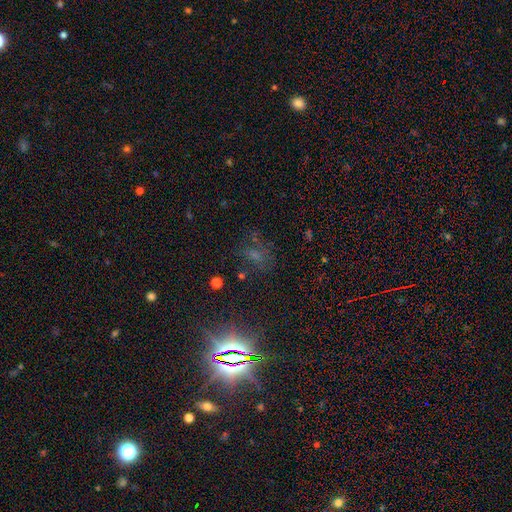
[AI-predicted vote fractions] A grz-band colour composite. It shows a star or artifact, not a galaxy (49%).